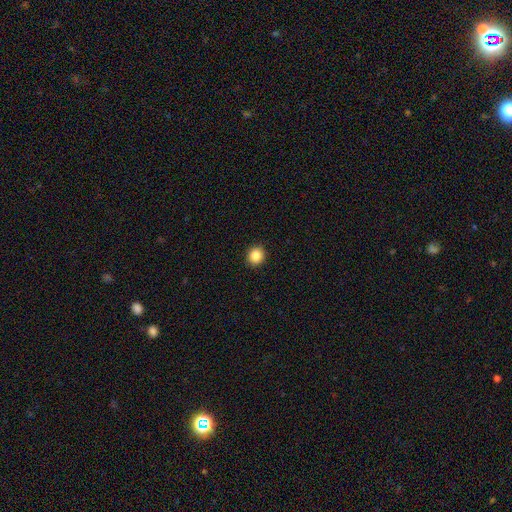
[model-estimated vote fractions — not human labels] Smooth or featured? smooth (86%)
How rounded? round (86%)
Merging? none (92%)